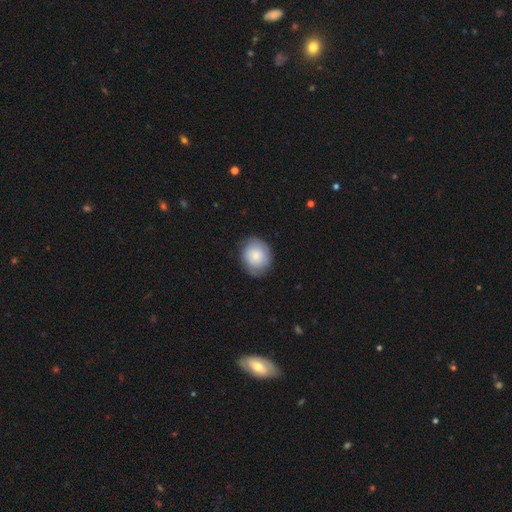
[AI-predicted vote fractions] The model was most divided on "how rounded": round: 61%, in between: 38%, cigar-shaped: 1%. More confident: merging — none (78%); smooth or featured — smooth (69%).